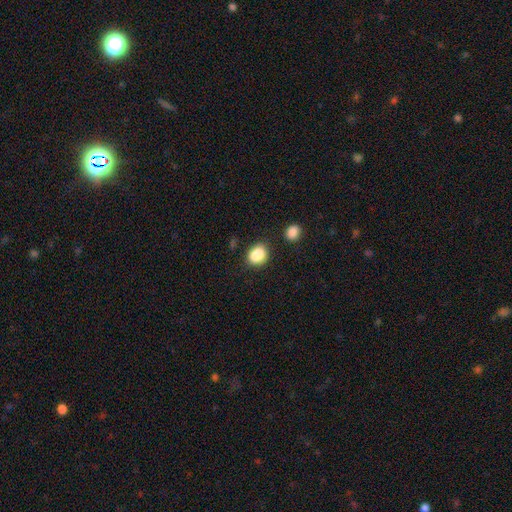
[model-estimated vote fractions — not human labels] smooth 87%, star or artifact 9%, featured or disk 4%. Down the decision tree: how rounded — round (51%); merging — none (74%).